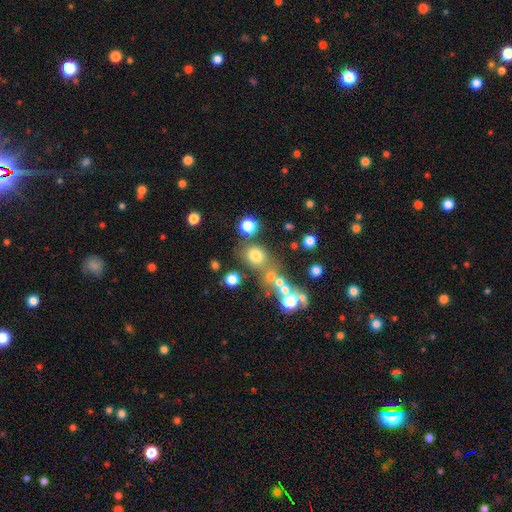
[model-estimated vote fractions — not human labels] Smooth or featured?
  - smooth: 70% *
  - star or artifact: 18%
  - featured or disk: 12%
How rounded?
  - round: 73% *
  - in between: 25%
  - cigar-shaped: 2%
Merging?
  - none: 58% *
  - merger: 24%
  - minor disturbance: 11%
  - major disturbance: 7%